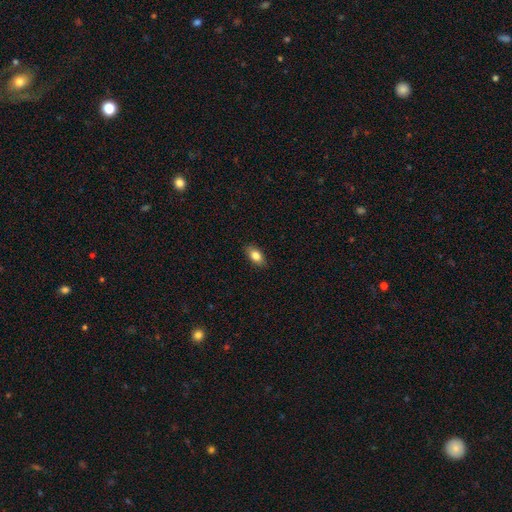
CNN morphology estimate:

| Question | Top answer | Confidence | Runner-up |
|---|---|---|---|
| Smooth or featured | smooth | 82% | featured or disk (10%) |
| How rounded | in between | 88% | round (7%) |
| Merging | none | 86% | minor disturbance (10%) |